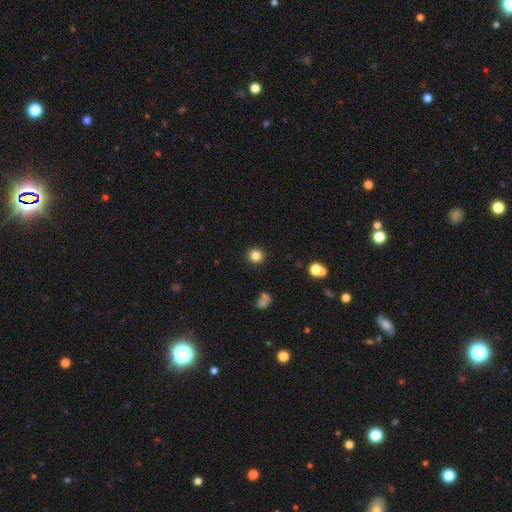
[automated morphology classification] type=smooth (83%); roundness=round (94%); merging=none (91%).